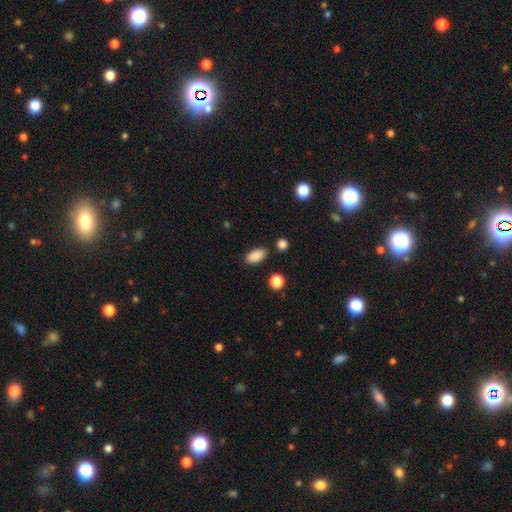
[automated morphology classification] Smooth or featured?
  - smooth: 87% *
  - star or artifact: 8%
  - featured or disk: 4%
How rounded?
  - in between: 91% *
  - round: 5%
  - cigar-shaped: 4%
Merging?
  - none: 85% *
  - minor disturbance: 9%
  - merger: 3%
  - major disturbance: 3%